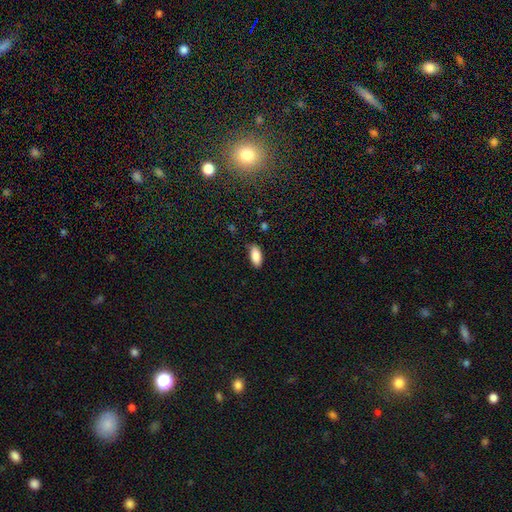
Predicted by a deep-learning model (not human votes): smooth_or_featured: smooth (p=0.88) [alt: star or artifact p=0.07]
how_rounded: in between (p=0.89) [alt: cigar-shaped p=0.09]
merging: none (p=0.82) [alt: minor disturbance p=0.14]